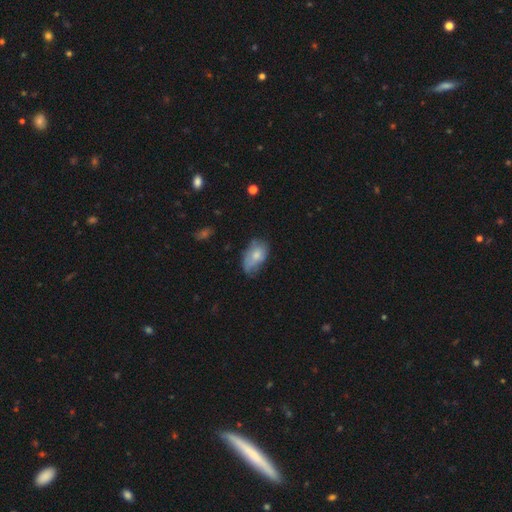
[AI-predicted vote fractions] smooth-or-featured: smooth: 70% | featured or disk: 23% | star or artifact: 8%
  how-rounded: in between: 91% | round: 8% | cigar-shaped: 2%
  merging: minor disturbance: 41% | none: 39% | major disturbance: 17% | merger: 3%